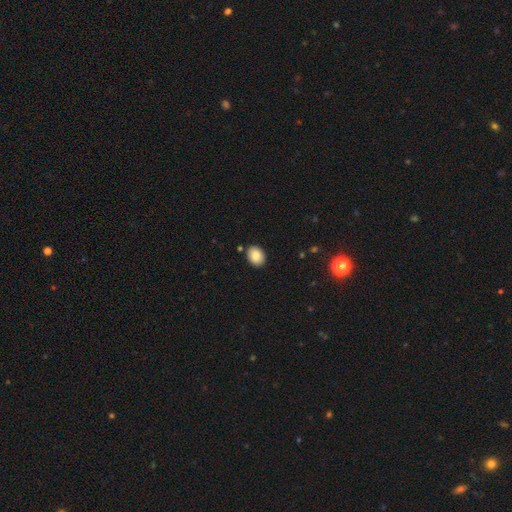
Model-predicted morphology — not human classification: Overall: smooth (86%). How rounded: in between (63%; round 36%). Merging: none (88%).